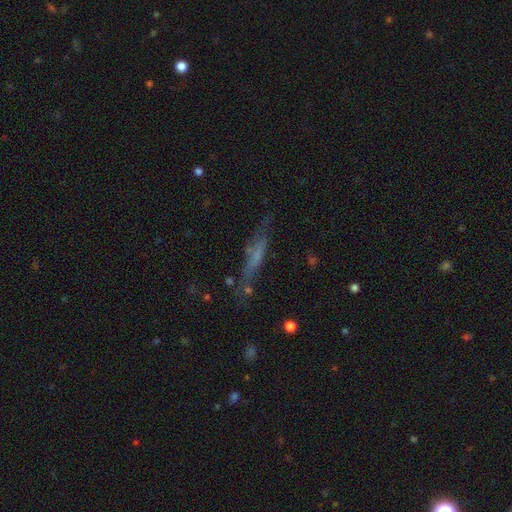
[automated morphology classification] smooth 45%, featured or disk 42%, star or artifact 13%. Down the decision tree: merging — none (64%).